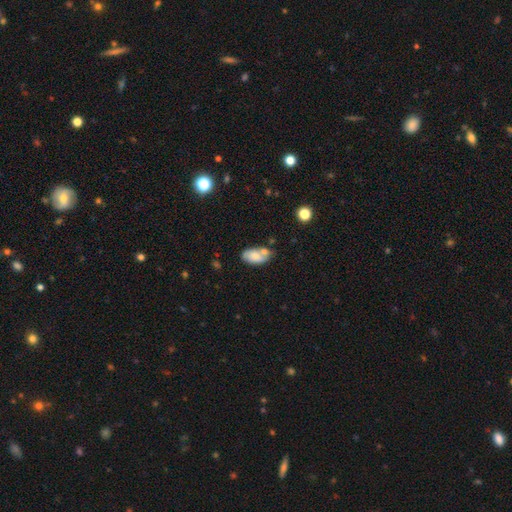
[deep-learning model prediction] Overall: smooth (69%). How rounded: in between (92%). Merging: none (44%; merger 29%).